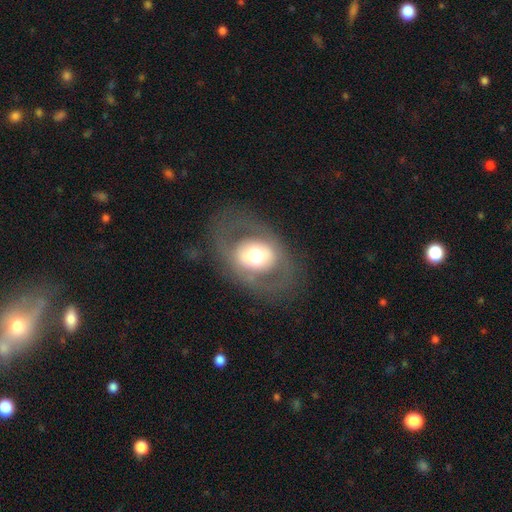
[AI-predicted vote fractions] This is possibly a featured or disk galaxy (50%). It is clearly not viewed edge-on (91%). Merging: likely none (72%).